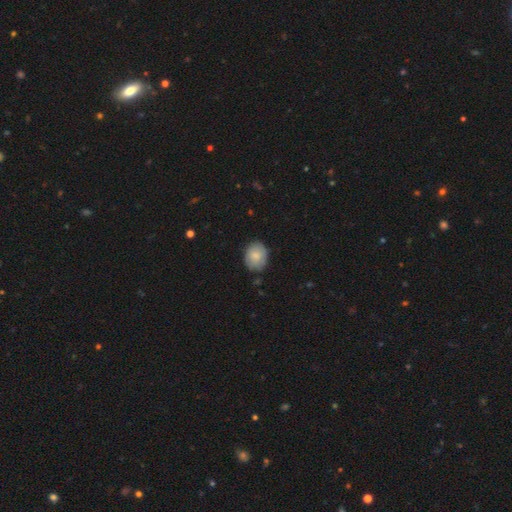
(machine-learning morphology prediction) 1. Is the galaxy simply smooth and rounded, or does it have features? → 81% smooth, 12% featured or disk, 7% star or artifact.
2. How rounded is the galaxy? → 50% round, 49% in between, 1% cigar-shaped.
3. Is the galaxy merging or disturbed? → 79% none, 17% minor disturbance, 3% major disturbance, 1% merger.